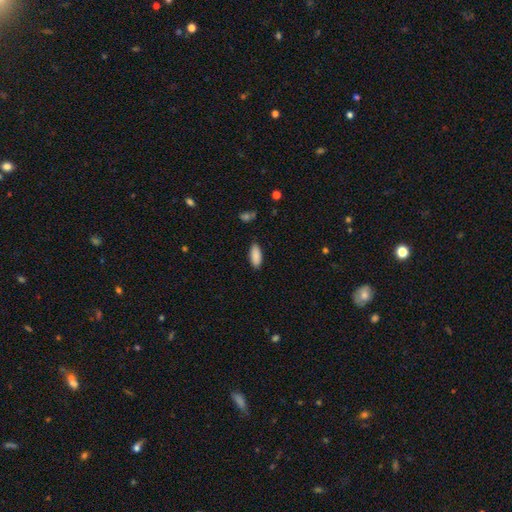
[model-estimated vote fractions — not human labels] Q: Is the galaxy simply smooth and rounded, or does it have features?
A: smooth — 90%.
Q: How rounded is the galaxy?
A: in between — 83%.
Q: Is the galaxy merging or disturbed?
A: none — 88%.